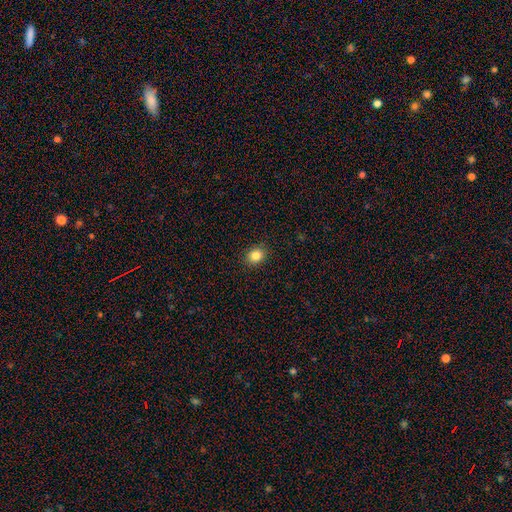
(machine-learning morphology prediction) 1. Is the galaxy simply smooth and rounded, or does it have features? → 84% smooth, 10% star or artifact, 5% featured or disk.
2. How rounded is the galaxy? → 58% round, 41% in between, 1% cigar-shaped.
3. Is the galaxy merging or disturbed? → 90% none, 7% minor disturbance, 2% major disturbance, 1% merger.